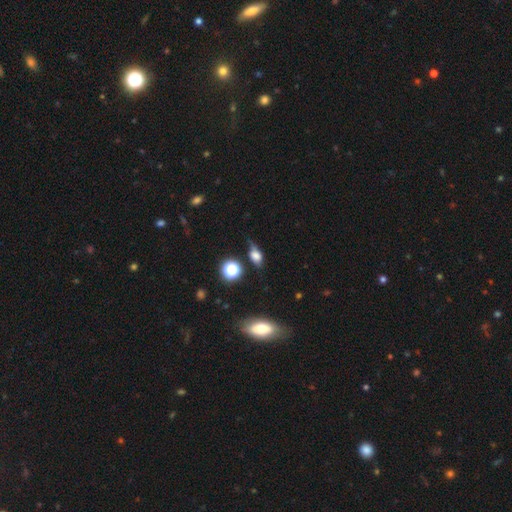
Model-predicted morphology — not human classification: Overall: smooth (56%; featured or disk 27%). How rounded: in between (61%; round 28%). Merging: none (46%; minor disturbance 32%).